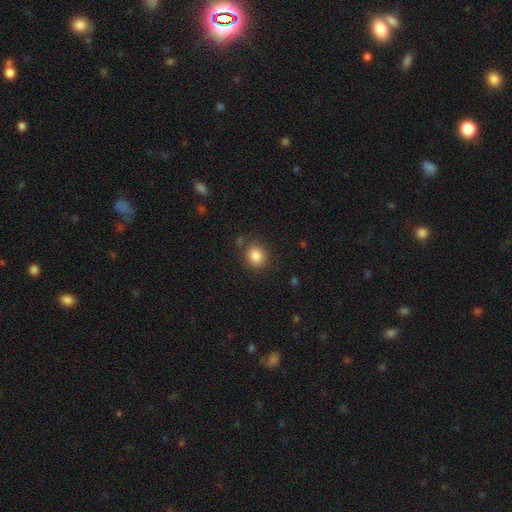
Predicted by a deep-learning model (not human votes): smooth_or_featured: smooth (p=0.85) [alt: star or artifact p=0.10]
how_rounded: round (p=0.77) [alt: in between p=0.22]
merging: none (p=0.82) [alt: minor disturbance p=0.11]